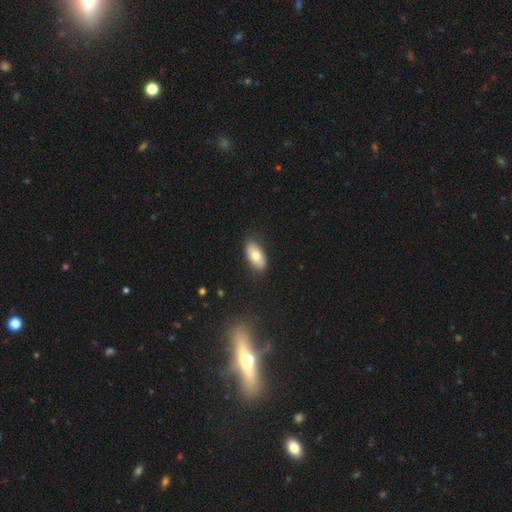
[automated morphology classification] Overall: smooth (76%). How rounded: in between (92%). Merging: none (86%).